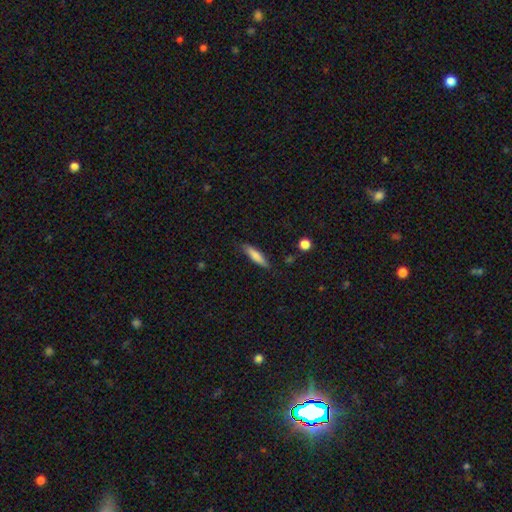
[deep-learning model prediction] Smooth or featured: smooth — 78% (featured or disk — 15%)
How rounded: cigar-shaped — 81% (in between — 17%)
Merging: none — 83% (minor disturbance — 13%)